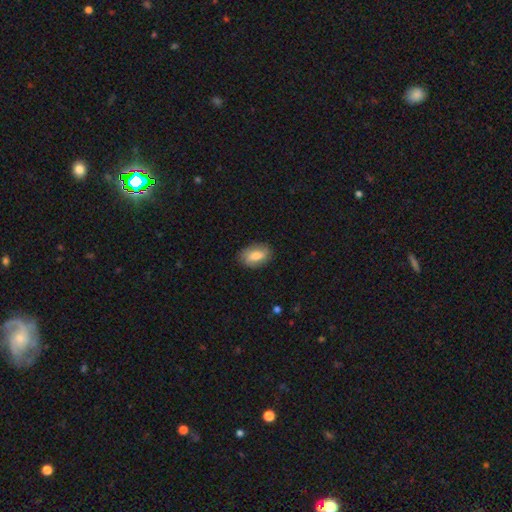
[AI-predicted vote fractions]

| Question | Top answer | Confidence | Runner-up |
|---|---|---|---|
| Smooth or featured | smooth | 68% | featured or disk (25%) |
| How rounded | in between | 88% | round (10%) |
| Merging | none | 82% | minor disturbance (14%) |